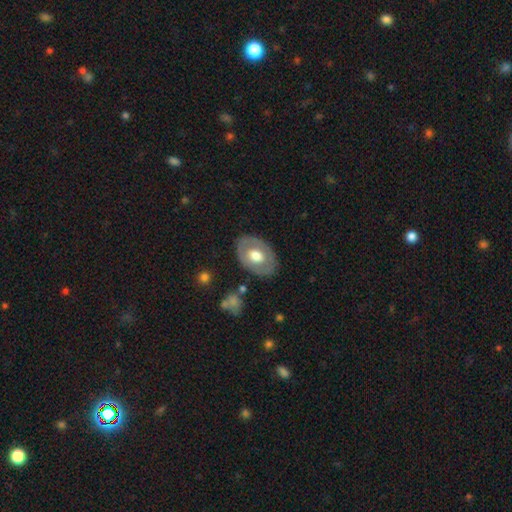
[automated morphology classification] Overall: smooth (50%; featured or disk 45%). Merging: none (81%).